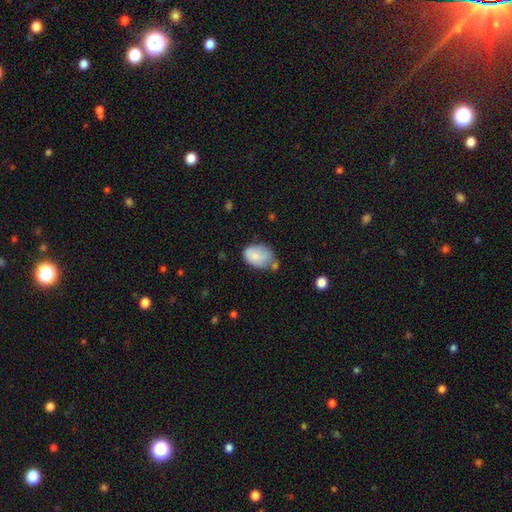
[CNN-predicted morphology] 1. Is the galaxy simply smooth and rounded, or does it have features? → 80% smooth, 13% featured or disk, 7% star or artifact.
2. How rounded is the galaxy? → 85% in between, 14% round, 1% cigar-shaped.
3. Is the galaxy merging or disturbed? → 41% none, 35% minor disturbance, 13% merger, 11% major disturbance.